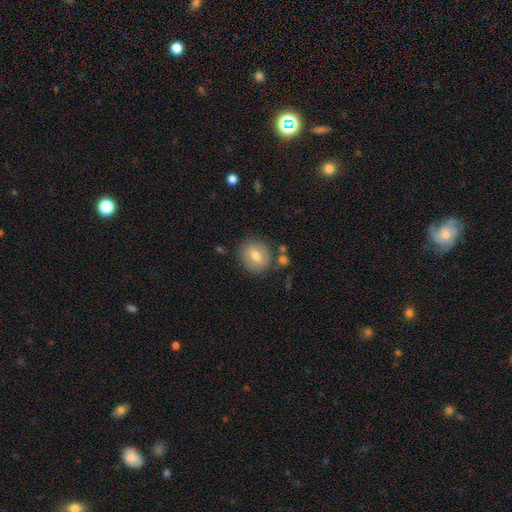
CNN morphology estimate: A smooth galaxy with no disk features (67%) that is round (75%). Merging: none (78%).